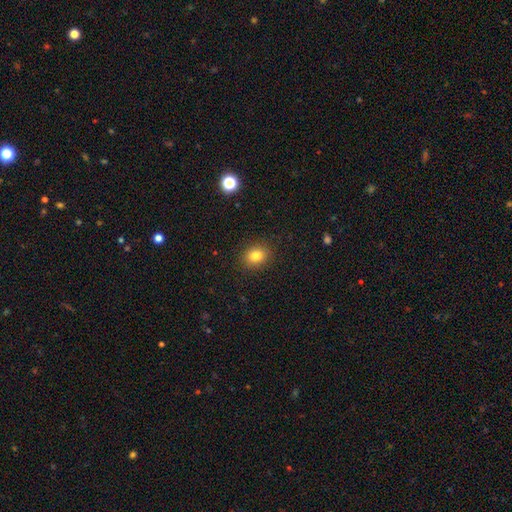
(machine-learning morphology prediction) Q: Smooth or featured?
A: smooth (82%); runner-up: star or artifact (11%)
Q: How rounded?
A: round (52%); runner-up: in between (47%)
Q: Merging?
A: none (89%); runner-up: minor disturbance (8%)